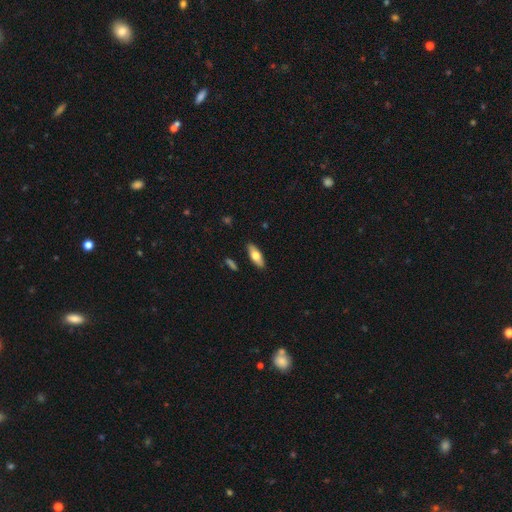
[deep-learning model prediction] The model was most divided on "smooth or featured": smooth: 65%, featured or disk: 29%, star or artifact: 6%. More confident: merging — none (88%); how rounded — in between (73%).